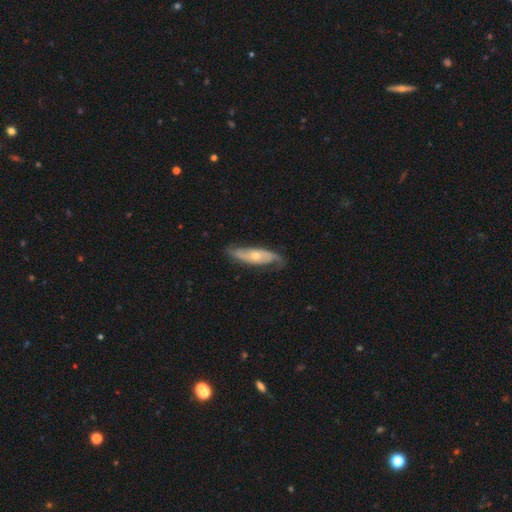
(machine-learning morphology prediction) smooth-or-featured: featured or disk: 64% | smooth: 26% | star or artifact: 10%
  disk-edge-on: no: 57% | yes: 43%
  merging: none: 81% | minor disturbance: 14% | major disturbance: 3% | merger: 1%